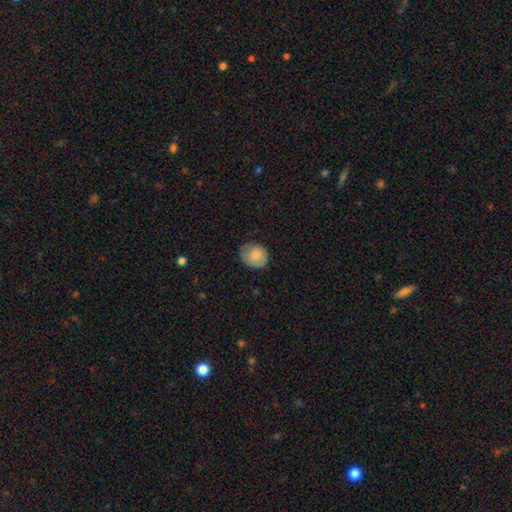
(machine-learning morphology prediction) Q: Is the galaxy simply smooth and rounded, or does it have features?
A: smooth — 80%.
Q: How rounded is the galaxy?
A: round — 68%.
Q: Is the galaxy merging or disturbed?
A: none — 66%.